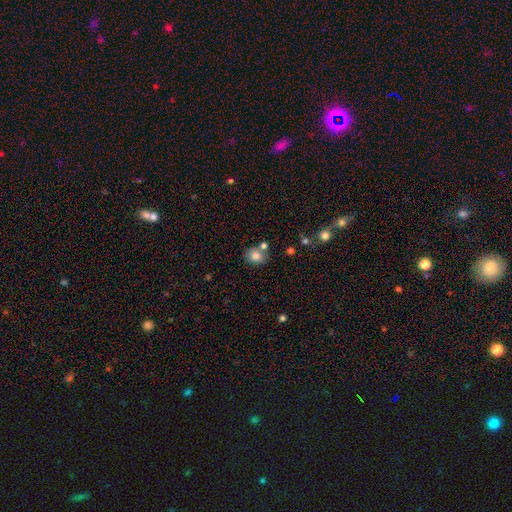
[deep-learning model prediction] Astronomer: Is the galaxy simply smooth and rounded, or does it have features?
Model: smooth — 82%.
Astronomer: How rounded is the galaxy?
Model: round — 58% (runner-up: in between, 41%).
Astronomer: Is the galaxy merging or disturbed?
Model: none — 65%.